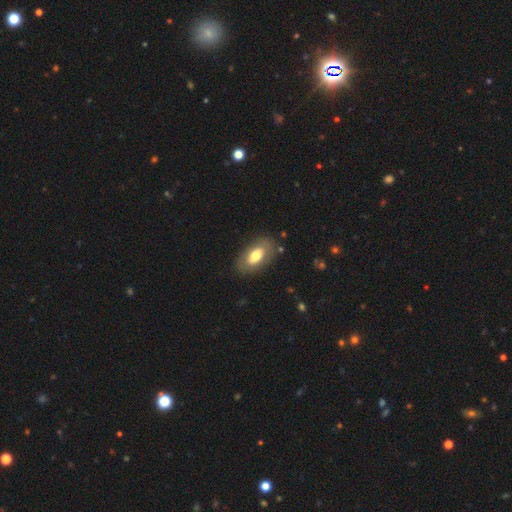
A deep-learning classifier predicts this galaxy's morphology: Overall: smooth (69%). How rounded: in between (91%). Merging: none (83%).